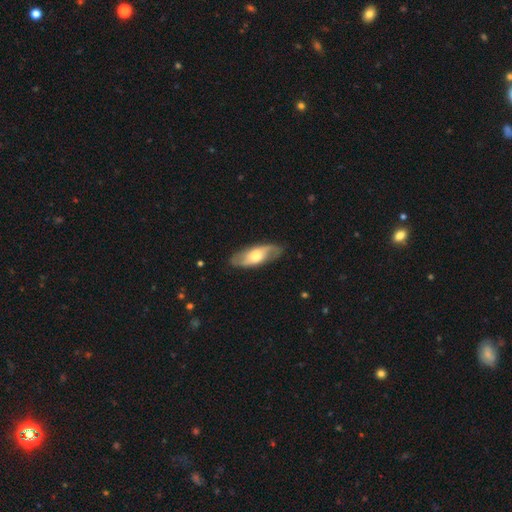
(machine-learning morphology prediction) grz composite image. It shows a featured or disk galaxy (55%). Merging: none (83%).